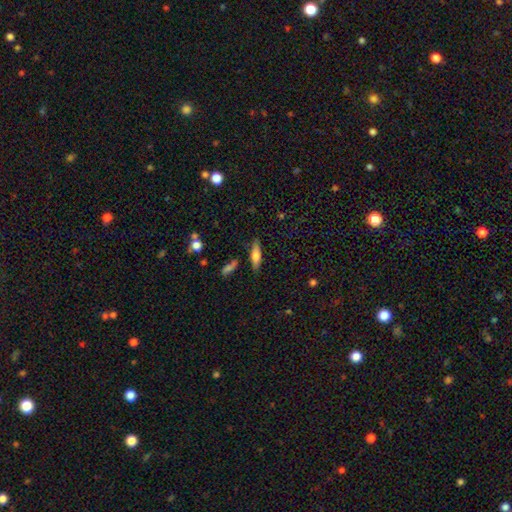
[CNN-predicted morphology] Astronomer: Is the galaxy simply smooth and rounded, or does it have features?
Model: smooth — 68%.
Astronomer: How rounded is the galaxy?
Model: cigar-shaped — 62%.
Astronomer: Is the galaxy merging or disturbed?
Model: none — 78%.